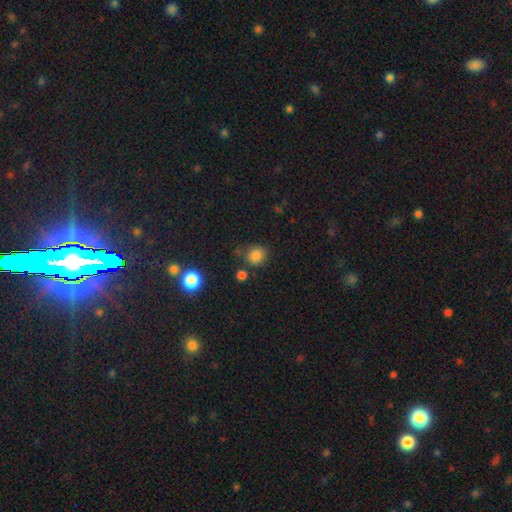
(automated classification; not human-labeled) Overall: smooth (82%). How rounded: round (83%). Merging: none (76%).